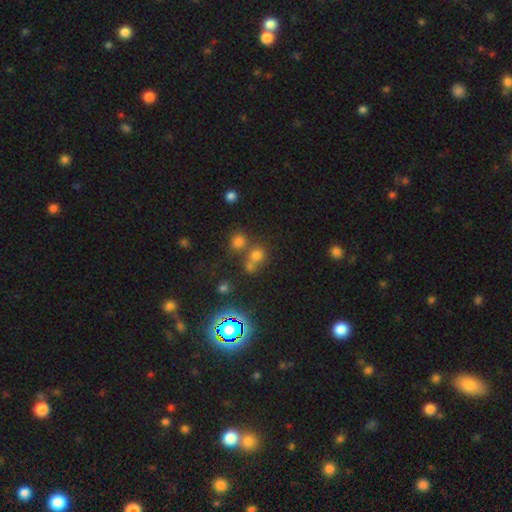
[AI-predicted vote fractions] Morphology: type=smooth (58%); roundness=round (83%); merging=none (55%).